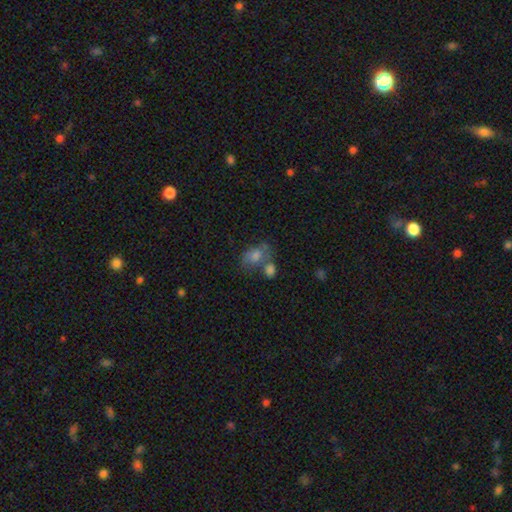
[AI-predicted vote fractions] smooth 64%, featured or disk 20%, star or artifact 16%. Down the decision tree: how rounded — in between (72%); merging — none (39%).